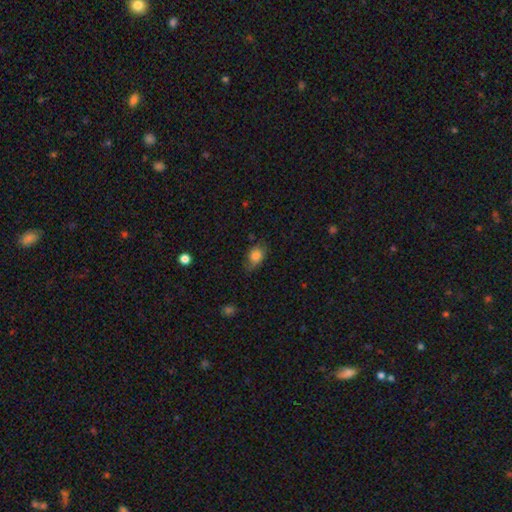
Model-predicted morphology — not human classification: This appears to be a smooth galaxy with no disk features (75%) that is in between round and cigar-shaped (70%). Merging: none (55%).